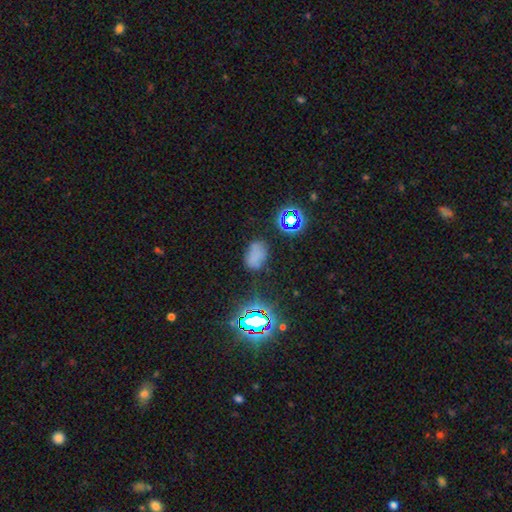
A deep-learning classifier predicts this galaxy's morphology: A smooth galaxy with no disk features (59%) that is in between round and cigar-shaped (83%). Merging: none (60%).